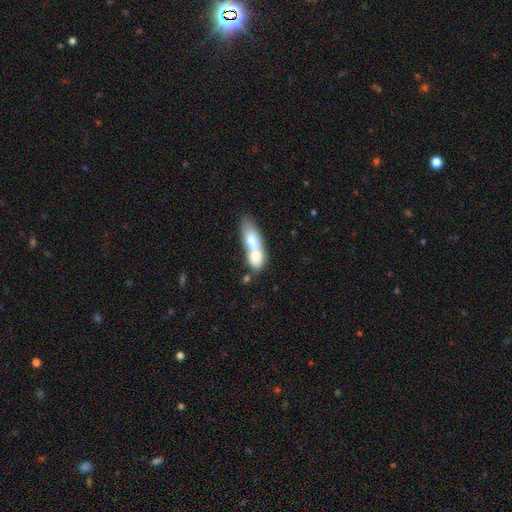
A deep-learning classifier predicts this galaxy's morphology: smooth_or_featured: smooth (p=0.62) [alt: featured or disk p=0.31]
how_rounded: in between (p=0.56) [alt: cigar-shaped p=0.34]
merging: merger (p=0.73) [alt: none p=0.15]